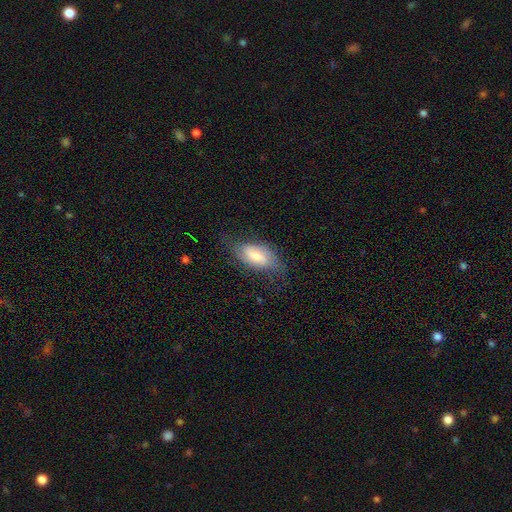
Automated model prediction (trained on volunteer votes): A smooth galaxy with no disk features (51%) that is in between round and cigar-shaped (87%). Merging: none (60%).